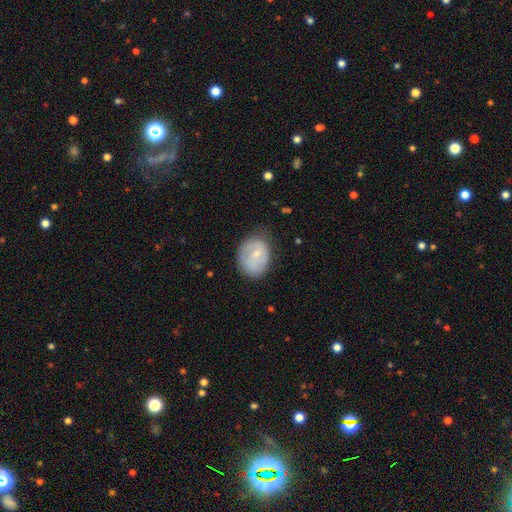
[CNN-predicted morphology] Q: Smooth or featured?
A: smooth (60%); runner-up: featured or disk (32%)
Q: How rounded?
A: in between (60%); runner-up: round (39%)
Q: Merging?
A: none (66%); runner-up: minor disturbance (25%)